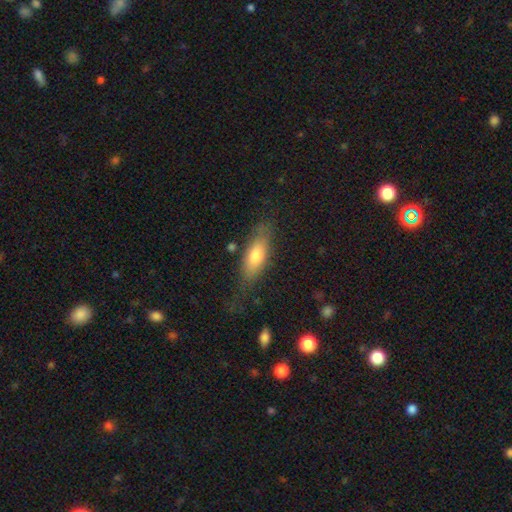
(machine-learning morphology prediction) type=smooth (72%); roundness=in between (66%); merging=none (67%).